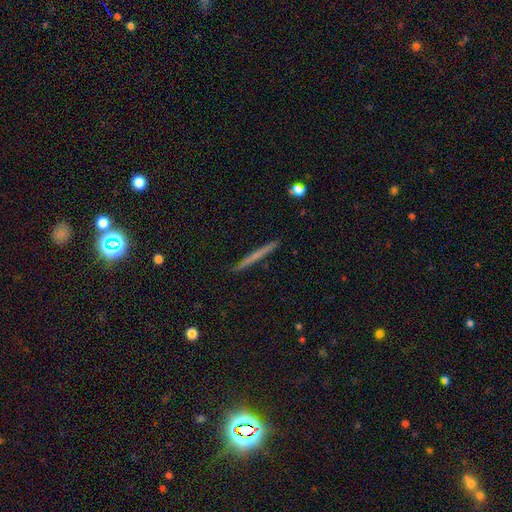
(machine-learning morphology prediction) type=smooth (51%); roundness=cigar-shaped (96%); merging=none (91%).